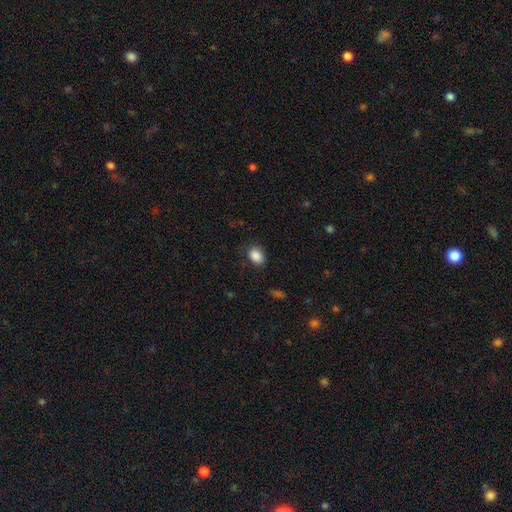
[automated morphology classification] Q: Smooth or featured?
A: smooth (87%); runner-up: star or artifact (9%)
Q: How rounded?
A: in between (66%); runner-up: round (33%)
Q: Merging?
A: none (80%); runner-up: minor disturbance (14%)